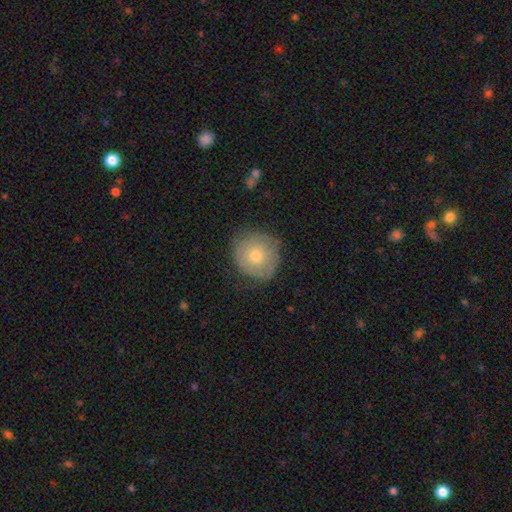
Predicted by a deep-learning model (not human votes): smooth-or-featured: smooth: 62% | featured or disk: 30% | star or artifact: 8%
  how-rounded: round: 90% | in between: 9% | cigar-shaped: 1%
  merging: none: 74% | minor disturbance: 19% | major disturbance: 5% | merger: 1%